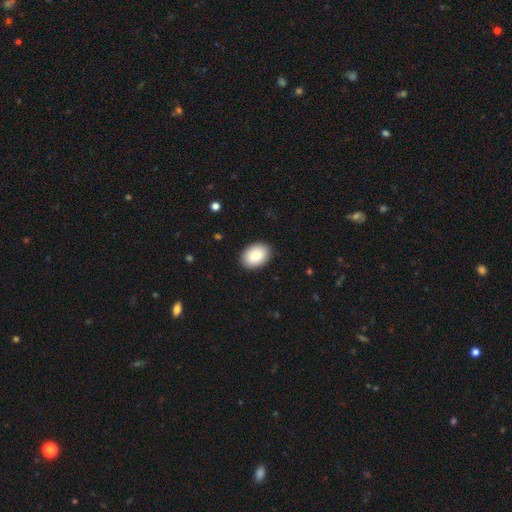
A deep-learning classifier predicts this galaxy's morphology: smooth_or_featured: smooth (p=0.85) [alt: featured or disk p=0.08]
how_rounded: in between (p=0.85) [alt: round p=0.14]
merging: none (p=0.89) [alt: minor disturbance p=0.08]